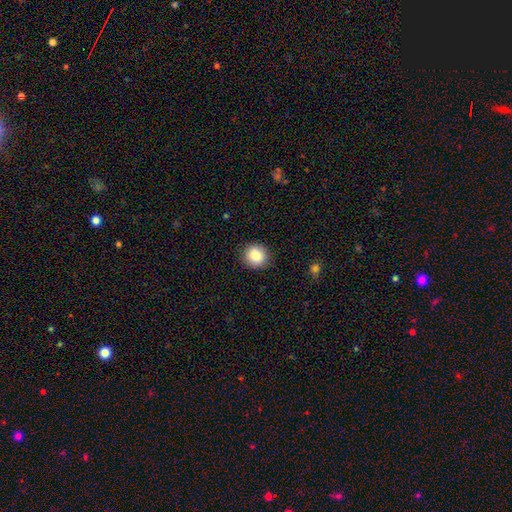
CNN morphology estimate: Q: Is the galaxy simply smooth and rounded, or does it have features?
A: smooth — 86%.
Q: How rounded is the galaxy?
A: round — 87%.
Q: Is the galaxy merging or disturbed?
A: none — 89%.